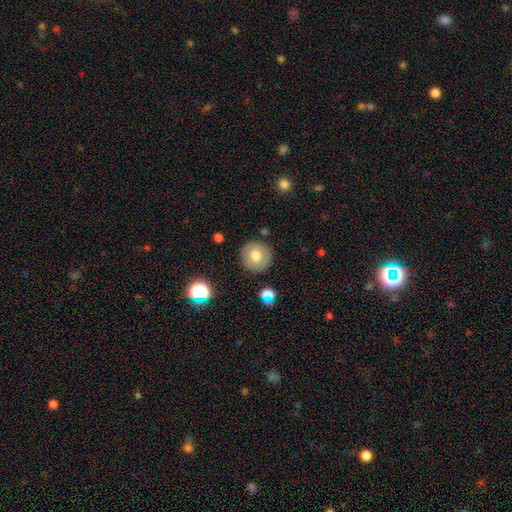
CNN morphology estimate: The model was most divided on "smooth or featured": smooth: 70%, featured or disk: 21%, star or artifact: 9%. More confident: how rounded — round (95%); merging — none (88%).